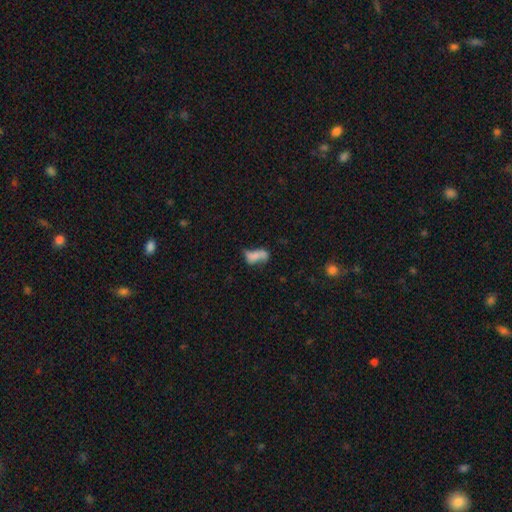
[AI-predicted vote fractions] Smooth or featured: smooth — 57% (featured or disk — 30%)
How rounded: in between — 78% (cigar-shaped — 16%)
Merging: none — 29% (merger — 25%)